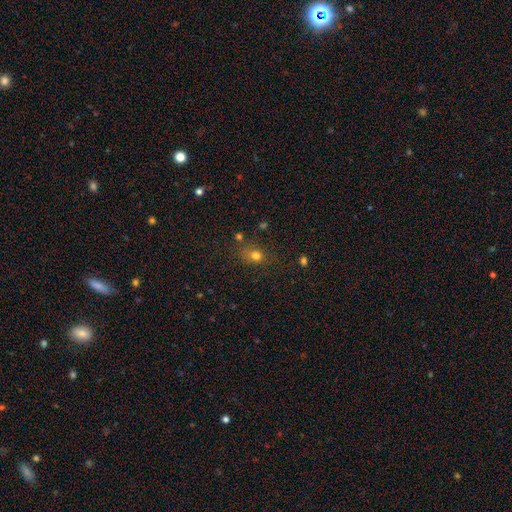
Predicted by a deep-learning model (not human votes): Smooth or featured? Predicted: smooth (p=0.75). How rounded? Predicted: round (p=0.57). Merging? Predicted: none (p=0.63).